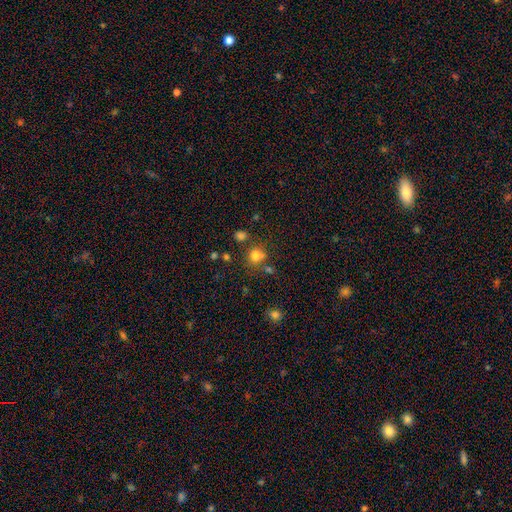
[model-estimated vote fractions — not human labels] A smooth galaxy with no disk features (76%) that is round (83%). Merging: none (64%).